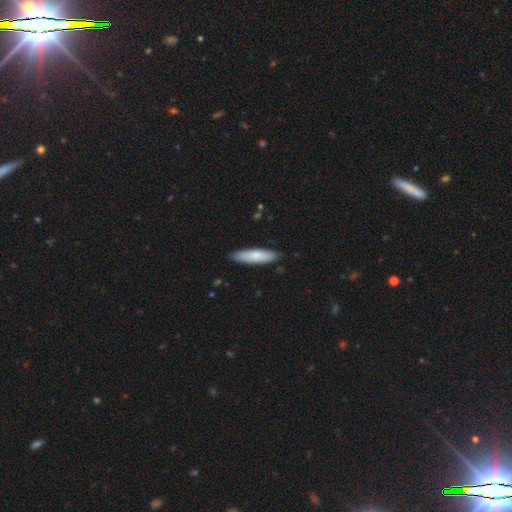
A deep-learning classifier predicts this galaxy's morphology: smooth_or_featured: smooth (p=0.78) [alt: featured or disk p=0.17]
how_rounded: cigar-shaped (p=0.68) [alt: in between p=0.31]
merging: none (p=0.87) [alt: minor disturbance p=0.10]